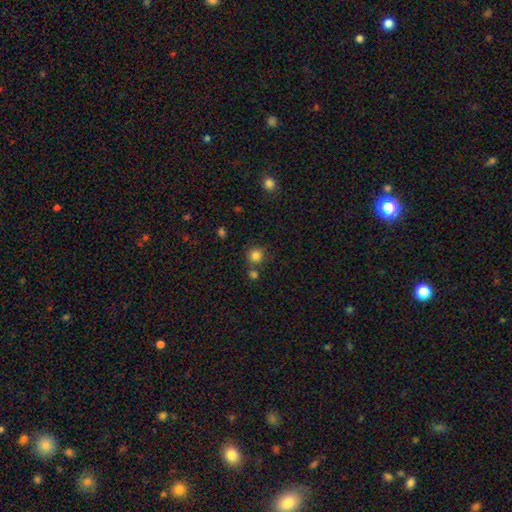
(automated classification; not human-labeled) Q: Smooth or featured?
A: smooth (83%); runner-up: star or artifact (12%)
Q: How rounded?
A: round (92%); runner-up: in between (7%)
Q: Merging?
A: none (69%); runner-up: merger (19%)